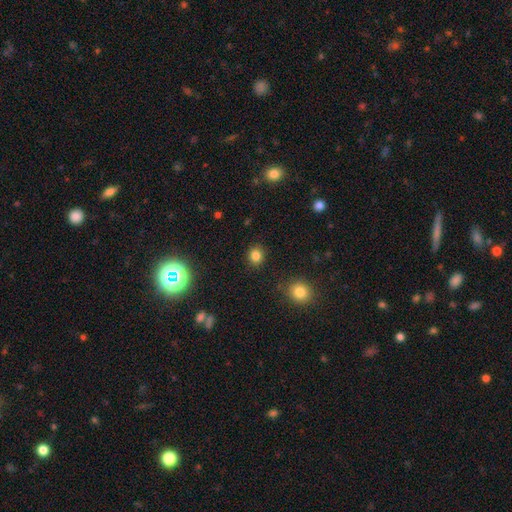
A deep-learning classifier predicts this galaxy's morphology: smooth 83%, star or artifact 13%, featured or disk 5%. Down the decision tree: how rounded — round (80%); merging — none (89%).